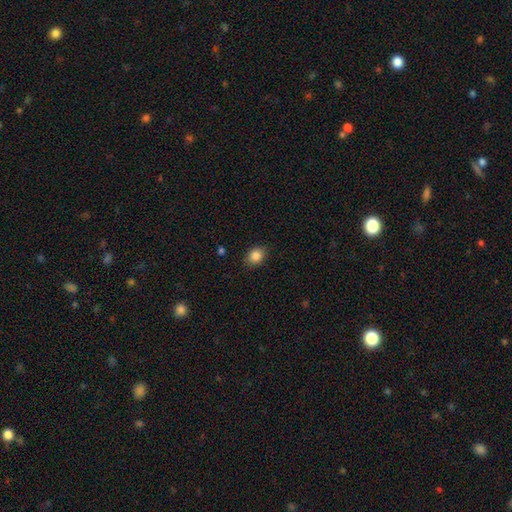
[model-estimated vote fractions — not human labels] Overall: smooth (86%). How rounded: round (51%; in between 48%). Merging: none (85%).